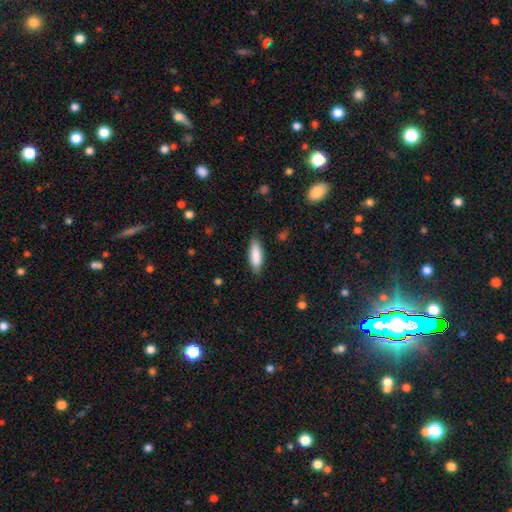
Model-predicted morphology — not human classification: smooth 87%, featured or disk 7%, star or artifact 6%. Down the decision tree: how rounded — in between (58%); merging — none (84%).